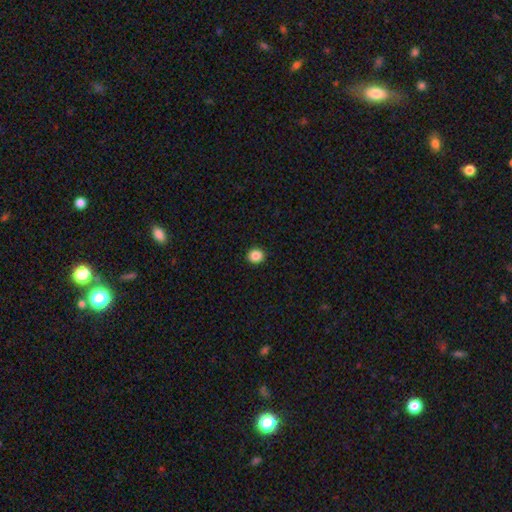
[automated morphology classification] smooth 87%, star or artifact 10%, featured or disk 3%. Down the decision tree: how rounded — round (88%); merging — none (93%).